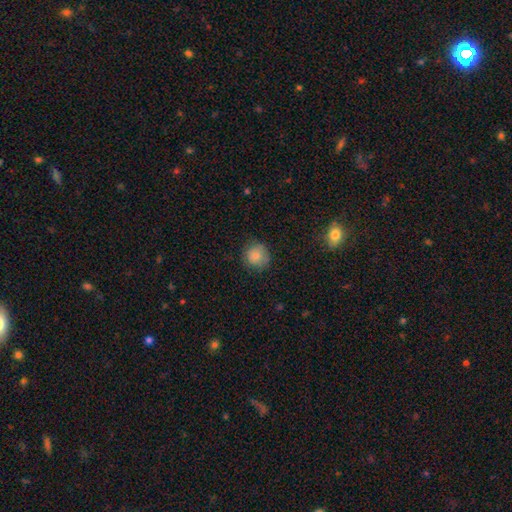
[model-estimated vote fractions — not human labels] The model was most divided on "merging": none: 79%, minor disturbance: 16%, major disturbance: 4%, merger: 1%. More confident: how rounded — round (90%); smooth or featured — smooth (84%).